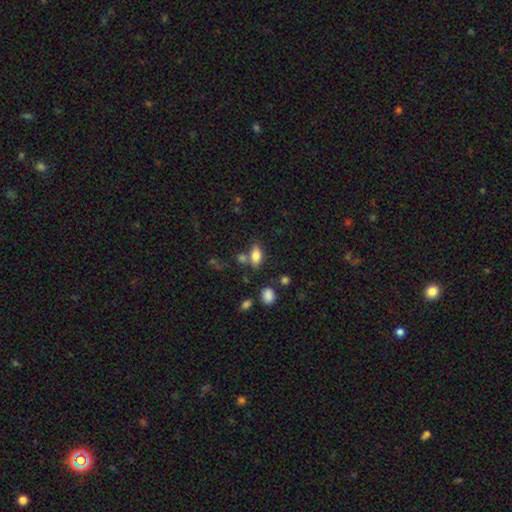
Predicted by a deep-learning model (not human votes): smooth 79%, featured or disk 11%, star or artifact 10%. Down the decision tree: how rounded — in between (87%); merging — none (64%).